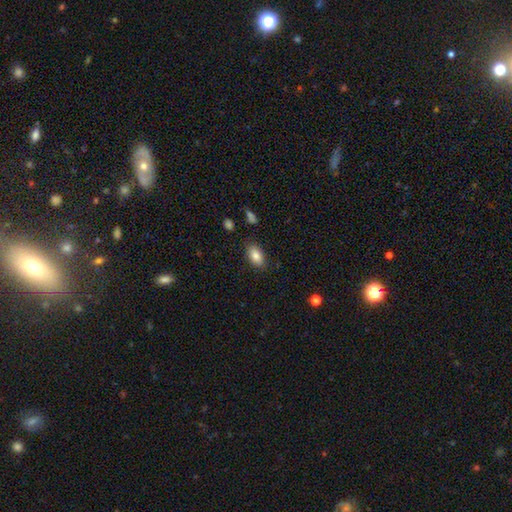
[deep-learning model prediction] The model was most divided on "merging": none: 84%, minor disturbance: 12%, major disturbance: 3%, merger: 2%. More confident: how rounded — in between (91%); smooth or featured — smooth (84%).